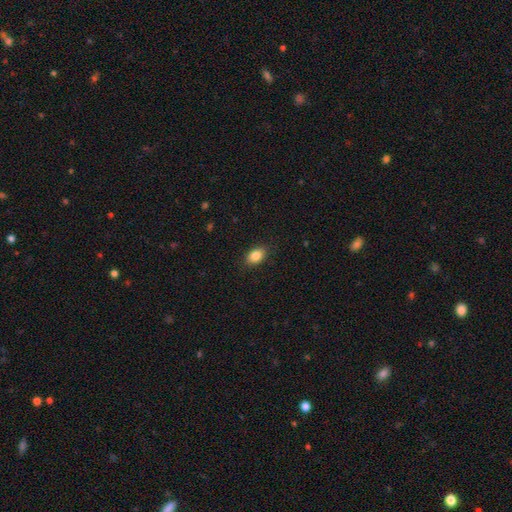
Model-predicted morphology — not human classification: Smooth or featured: smooth — 85% (star or artifact — 8%)
How rounded: in between — 85% (round — 14%)
Merging: none — 87% (minor disturbance — 9%)